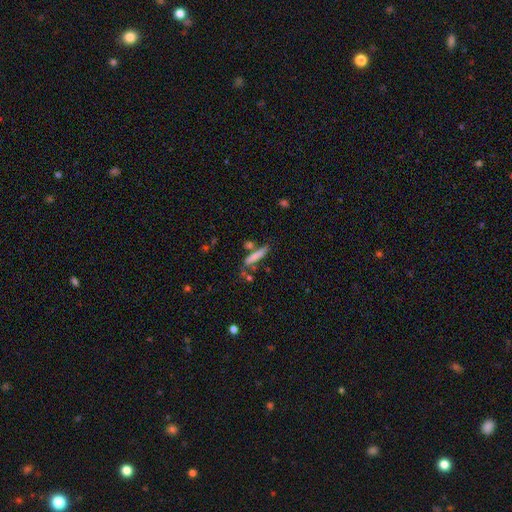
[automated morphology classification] Smooth or featured: smooth — 65% (featured or disk — 26%)
How rounded: cigar-shaped — 88% (in between — 10%)
Merging: none — 67% (minor disturbance — 15%)